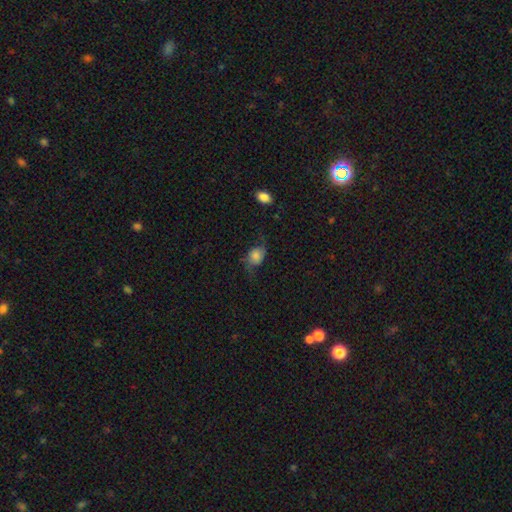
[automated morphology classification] Smooth or featured: smooth — 51% (featured or disk — 39%)
How rounded: in between — 53% (round — 45%)
Merging: none — 51% (minor disturbance — 24%)